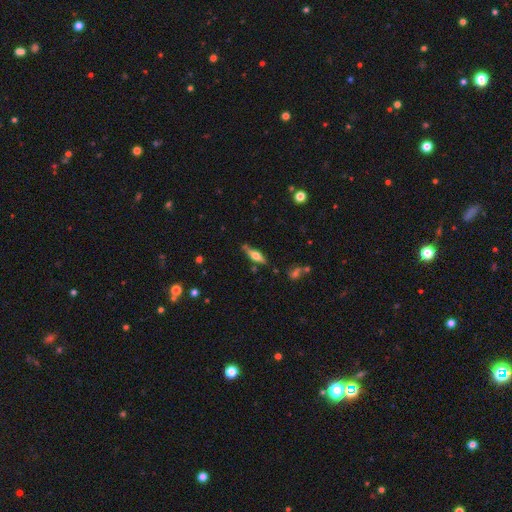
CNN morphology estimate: Smooth or featured? Predicted: featured or disk (p=0.57). Edge-on disk? Predicted: yes (p=0.93). Edge-on bulge? Predicted: rounded (p=0.90). Merging? Predicted: none (p=0.77).